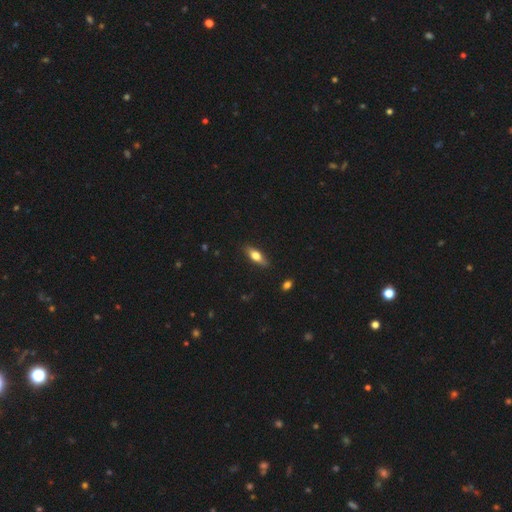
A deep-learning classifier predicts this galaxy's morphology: A smooth galaxy with no disk features (57%) that is in between round and cigar-shaped (58%). Merging: none (85%).